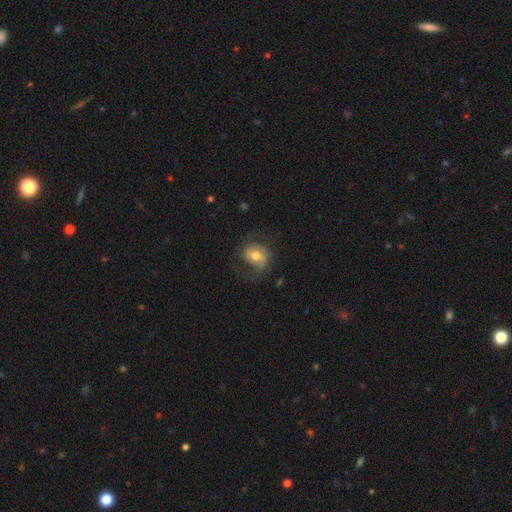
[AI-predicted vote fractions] A featured or disk galaxy (54%) with no bar (53%), spiral arms (82%) and a moderate central bulge (71%). Merging: none (57%).